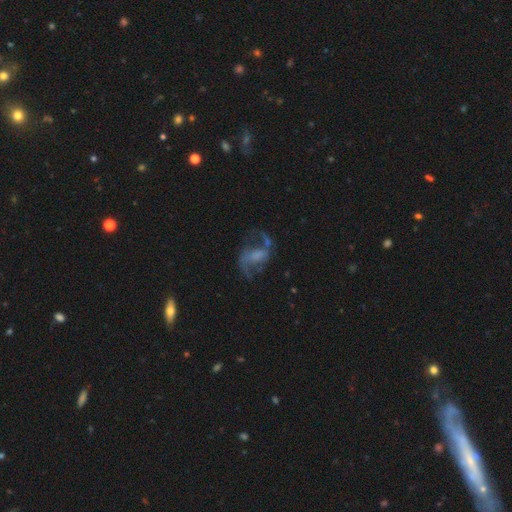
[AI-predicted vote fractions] Smooth or featured: featured or disk — 77% (smooth — 13%)
Edge-on disk: no — 97% (yes — 3%)
Bar: weak — 43% (no — 34%)
Spiral arms: yes — 88% (no — 12%)
Spiral winding: loose — 60% (medium — 34%)
Spiral arm count: 2 — 88% (can't tell — 5%)
Bulge size: none — 46% (small — 20%)
Merging: none — 53% (major disturbance — 24%)